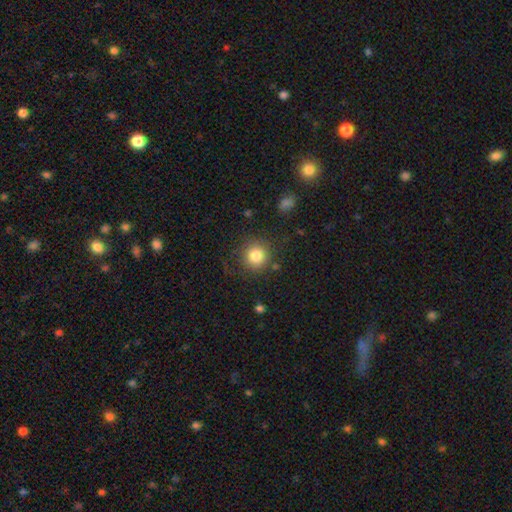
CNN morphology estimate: The model was most divided on "merging": none: 81%, minor disturbance: 11%, major disturbance: 5%, merger: 3%. More confident: how rounded — round (92%); smooth or featured — smooth (82%).